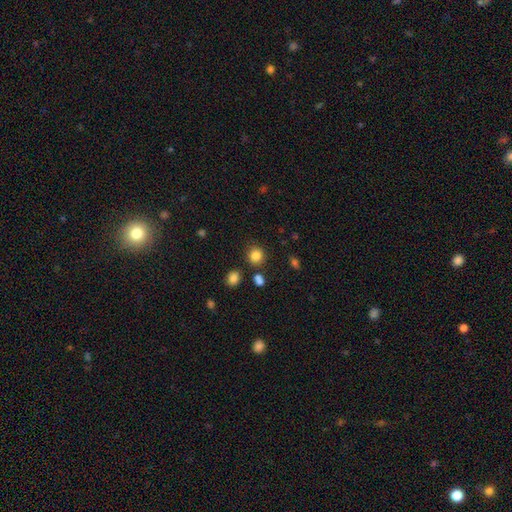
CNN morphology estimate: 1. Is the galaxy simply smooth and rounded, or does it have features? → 84% smooth, 12% star or artifact, 4% featured or disk.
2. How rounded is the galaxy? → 87% round, 12% in between, 1% cigar-shaped.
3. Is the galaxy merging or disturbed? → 82% none, 9% minor disturbance, 6% merger, 3% major disturbance.